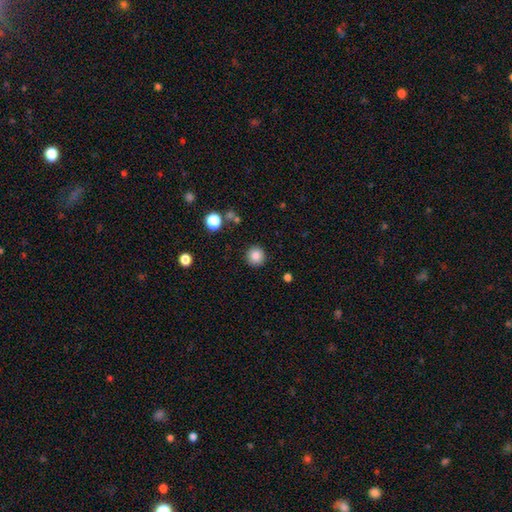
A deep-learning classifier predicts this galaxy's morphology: Smooth or featured? Predicted: smooth (p=0.84). How rounded? Predicted: round (p=0.94). Merging? Predicted: none (p=0.91).